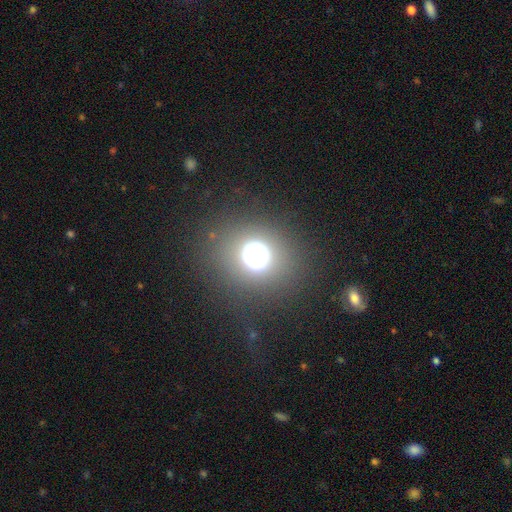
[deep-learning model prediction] smooth_or_featured: smooth (p=0.52) [alt: featured or disk p=0.36]
how_rounded: round (p=0.84) [alt: in between p=0.15]
merging: none (p=0.80) [alt: minor disturbance p=0.10]